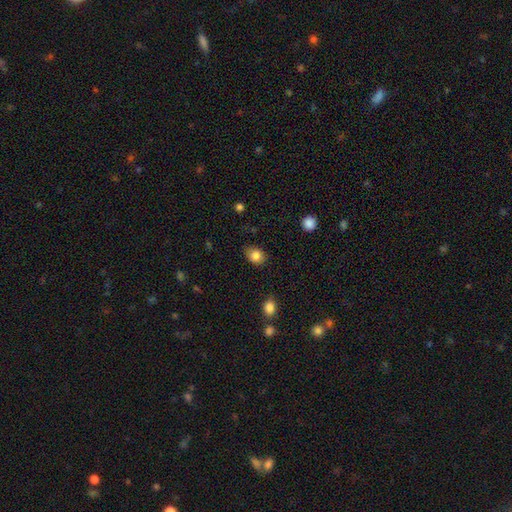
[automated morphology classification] A smooth galaxy with no disk features (84%) that is in between round and cigar-shaped (57%).

Vote fractions:
- Smooth or featured? smooth: 84% / star or artifact: 10% / featured or disk: 7%
- How rounded? in between: 57% / round: 42% / cigar-shaped: 1%
- Merging? none: 79% / minor disturbance: 16% / major disturbance: 3% / merger: 1%